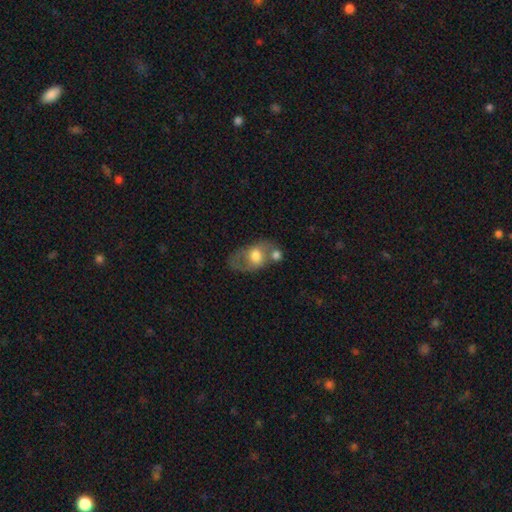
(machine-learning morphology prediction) Smooth or featured? Predicted: smooth (p=0.53). How rounded? Predicted: in between (p=0.80). Merging? Predicted: none (p=0.42).